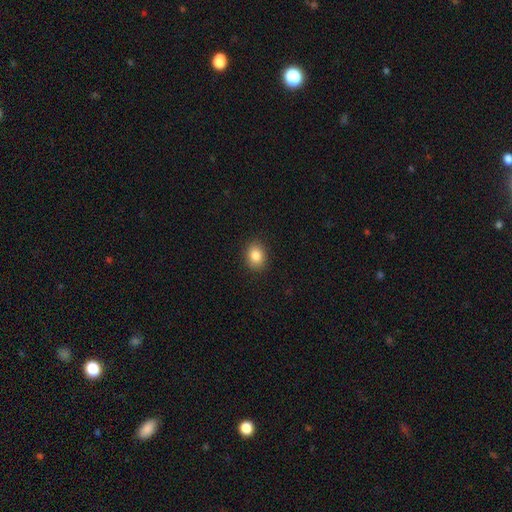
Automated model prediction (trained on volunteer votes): smooth 85%, star or artifact 9%, featured or disk 6%. Down the decision tree: how rounded — in between (50%); merging — none (89%).